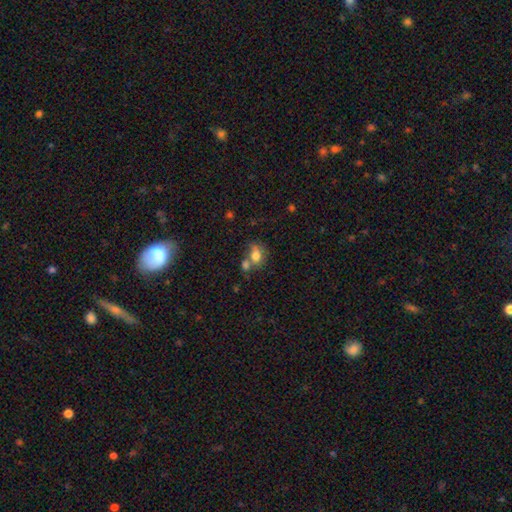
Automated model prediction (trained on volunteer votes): Smooth or featured? smooth (75%)
How rounded? in between (59%)
Merging? merger (45%)